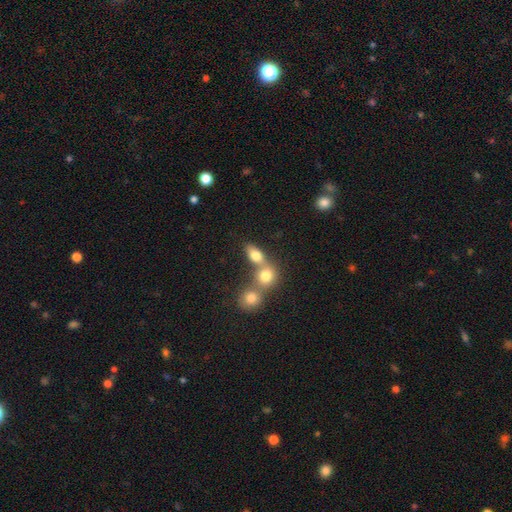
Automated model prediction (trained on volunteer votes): smooth-or-featured: smooth: 76% | featured or disk: 13% | star or artifact: 11%
  how-rounded: in between: 61% | round: 34% | cigar-shaped: 5%
  merging: merger: 48% | none: 39% | minor disturbance: 8% | major disturbance: 4%